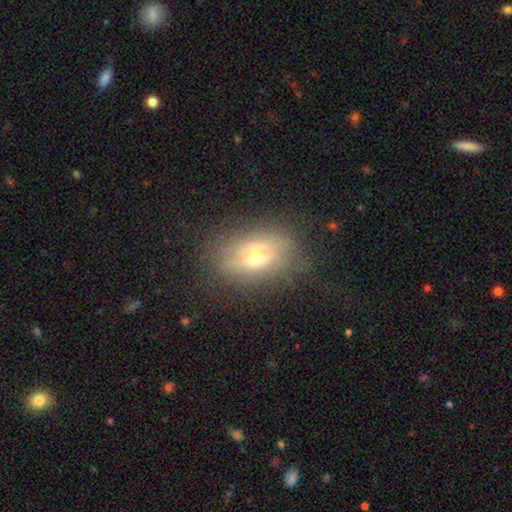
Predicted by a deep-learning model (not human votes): Smooth or featured? smooth (45%)
Merging? none (72%)